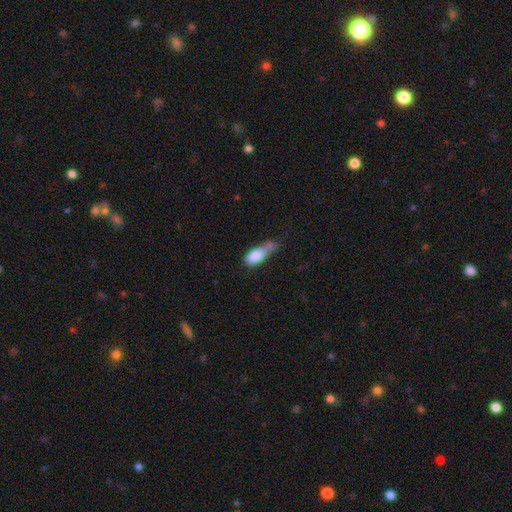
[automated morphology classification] type=smooth (78%); roundness=in between (74%); merging=minor disturbance (36%).